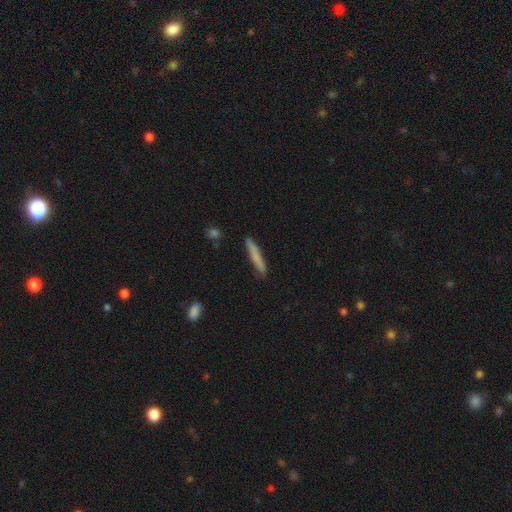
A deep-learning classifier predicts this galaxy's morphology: Q: Smooth or featured?
A: smooth (72%); runner-up: featured or disk (22%)
Q: How rounded?
A: cigar-shaped (95%); runner-up: in between (4%)
Q: Merging?
A: none (86%); runner-up: minor disturbance (10%)